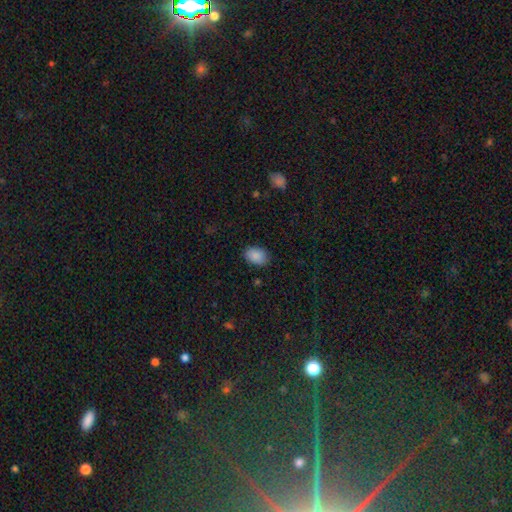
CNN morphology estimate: Smooth or featured: smooth — 89% (star or artifact — 8%)
How rounded: in between — 82% (round — 17%)
Merging: none — 86% (minor disturbance — 11%)